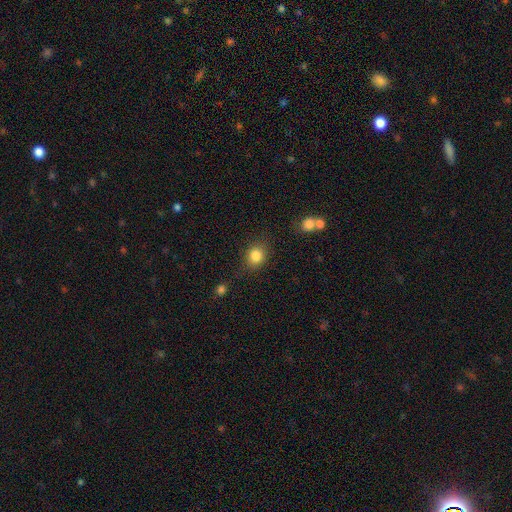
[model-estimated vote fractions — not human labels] This appears to be a smooth galaxy with no disk features (83%) that is round (66%). Merging: none (79%).